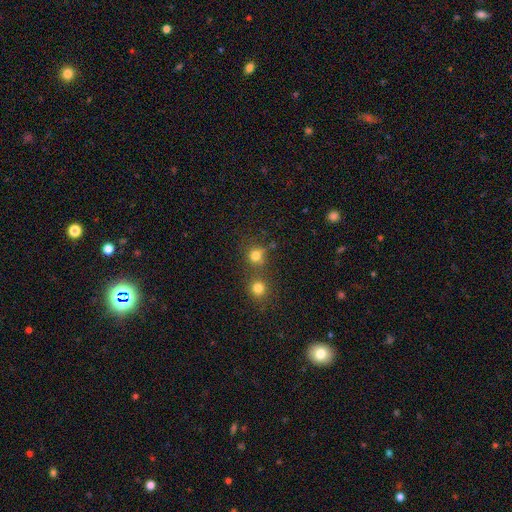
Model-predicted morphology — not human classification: Smooth or featured: smooth — 75% (star or artifact — 17%)
How rounded: round — 85% (in between — 14%)
Merging: none — 55% (merger — 30%)